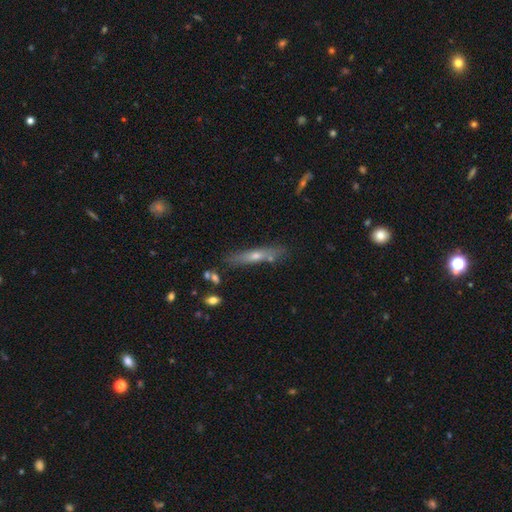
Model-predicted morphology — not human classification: smooth_or_featured: featured or disk (p=0.51) [alt: smooth p=0.41]
disk_edge_on: yes (p=0.86) [alt: no p=0.14]
merging: none (p=0.77) [alt: minor disturbance p=0.14]